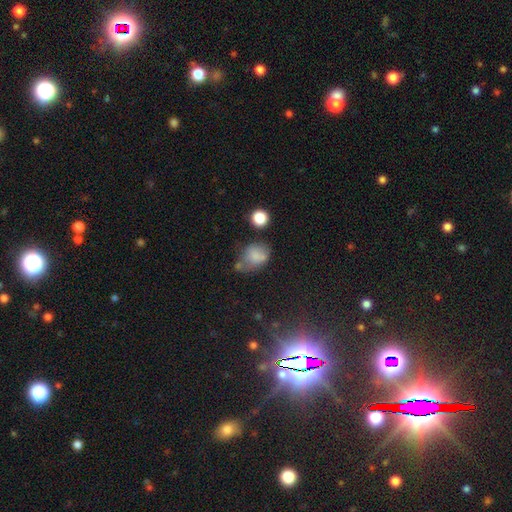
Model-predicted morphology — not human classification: smooth_or_featured: smooth (p=0.74) [alt: featured or disk p=0.13]
how_rounded: in between (p=0.66) [alt: round p=0.32]
merging: none (p=0.39) [alt: minor disturbance p=0.31]